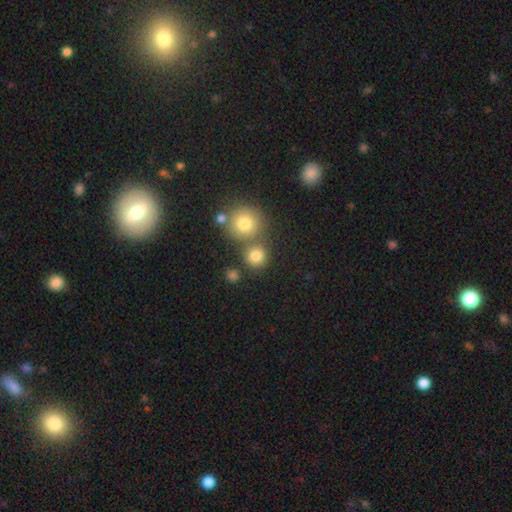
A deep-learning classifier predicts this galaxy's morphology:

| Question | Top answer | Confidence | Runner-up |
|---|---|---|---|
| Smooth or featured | smooth | 80% | star or artifact (13%) |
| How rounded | round | 88% | in between (11%) |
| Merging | none | 62% | merger (26%) |